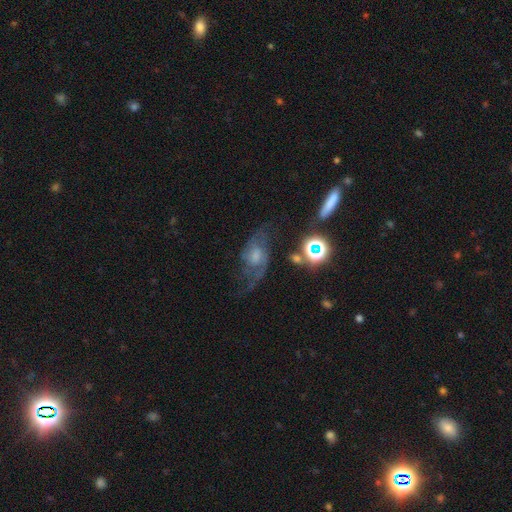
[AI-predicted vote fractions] This appears to be a featured or disk galaxy (72%) with no bar (57%), 2 (83%) loose (48%) spiral arms (91%) and a moderate central bulge (43%). Merging: none (55%).